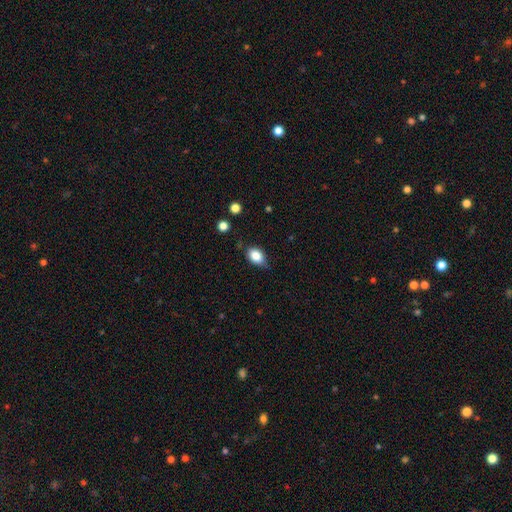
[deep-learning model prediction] Smooth or featured?
  - smooth: 83% *
  - star or artifact: 9%
  - featured or disk: 8%
How rounded?
  - in between: 80% *
  - round: 18%
  - cigar-shaped: 2%
Merging?
  - none: 69% *
  - minor disturbance: 25%
  - major disturbance: 4%
  - merger: 2%